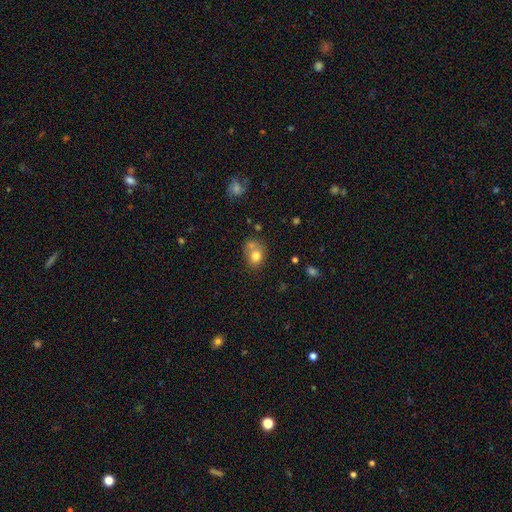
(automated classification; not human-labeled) smooth_or_featured: smooth (p=0.76) [alt: featured or disk p=0.13]
how_rounded: round (p=0.56) [alt: in between p=0.43]
merging: none (p=0.41) [alt: merger p=0.38]